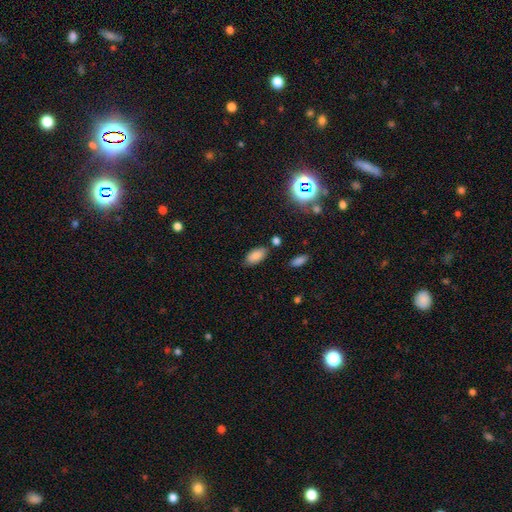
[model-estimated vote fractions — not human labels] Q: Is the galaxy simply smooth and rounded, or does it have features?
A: smooth — 83%.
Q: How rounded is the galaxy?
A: in between — 92%.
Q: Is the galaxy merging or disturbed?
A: none — 78%.